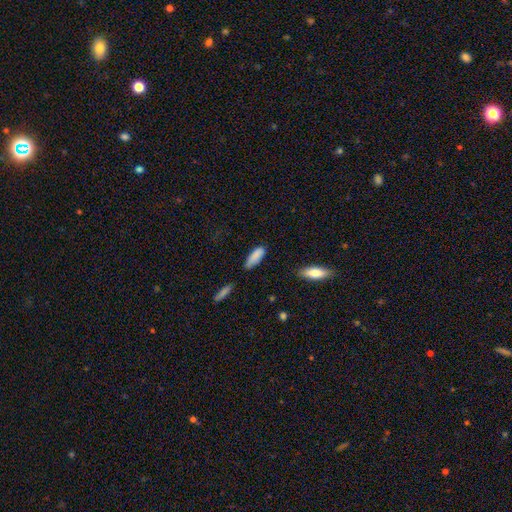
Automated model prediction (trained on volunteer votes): Smooth or featured: smooth — 87% (star or artifact — 7%)
How rounded: in between — 65% (cigar-shaped — 33%)
Merging: none — 64% (minor disturbance — 28%)